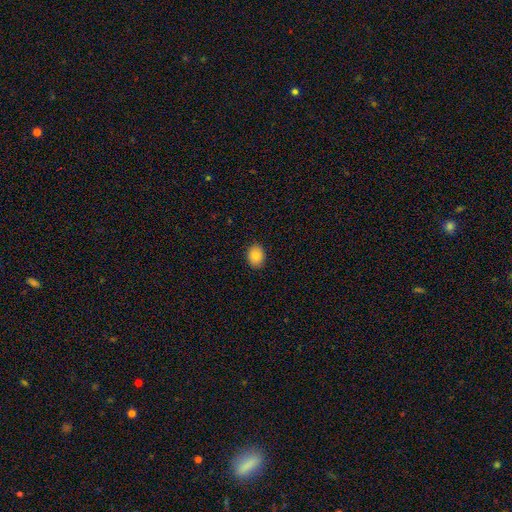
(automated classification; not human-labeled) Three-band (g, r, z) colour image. It shows a smooth galaxy with no disk features (85%) that is in between round and cigar-shaped (58%). Merging: none (89%).